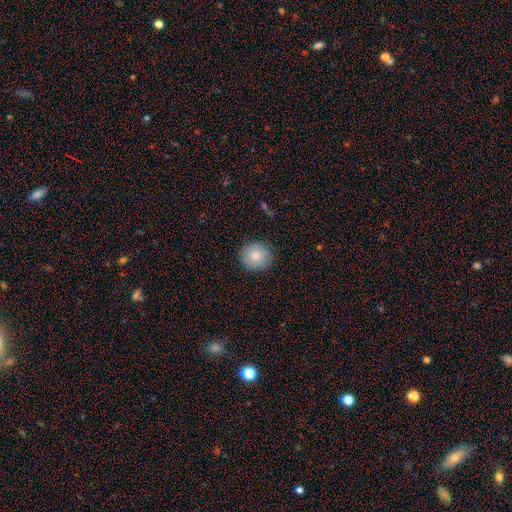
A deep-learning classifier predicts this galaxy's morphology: Smooth or featured? smooth (81%)
How rounded? round (85%)
Merging? none (87%)